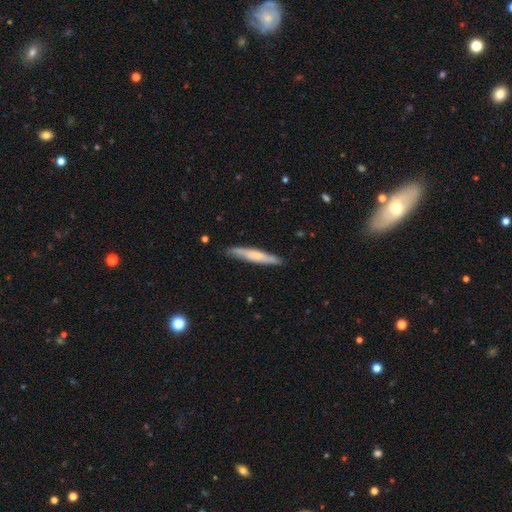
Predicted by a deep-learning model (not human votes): Morphology: type=smooth (56%); roundness=cigar-shaped (93%); merging=none (85%).